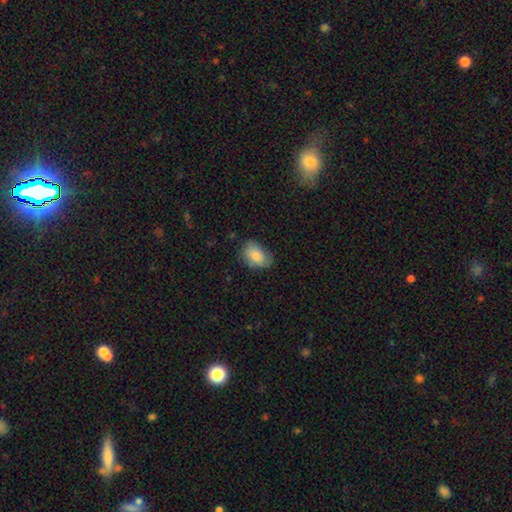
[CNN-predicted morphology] This is clearly a smooth galaxy (81%). How rounded: clearly in between (86%). Merging: likely none (66%).